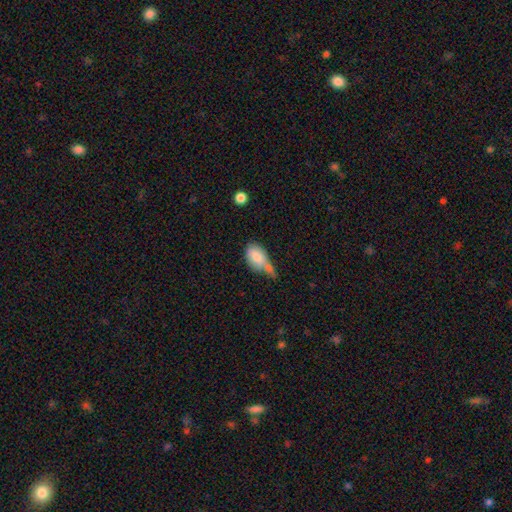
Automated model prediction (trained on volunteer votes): A smooth galaxy with no disk features (77%) that is in between round and cigar-shaped (87%). Merging: minor disturbance (31%).